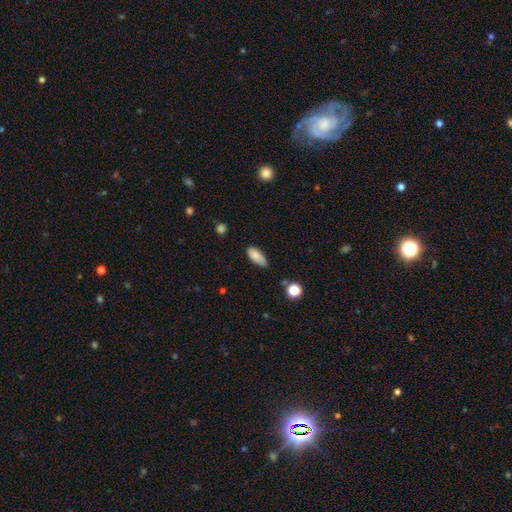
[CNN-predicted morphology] Smooth or featured?
  - smooth: 85% *
  - star or artifact: 8%
  - featured or disk: 7%
How rounded?
  - in between: 86% *
  - cigar-shaped: 11%
  - round: 3%
Merging?
  - none: 61% *
  - minor disturbance: 31%
  - major disturbance: 5%
  - merger: 3%